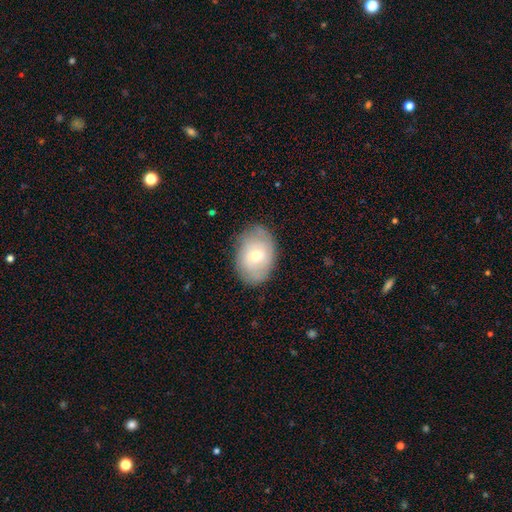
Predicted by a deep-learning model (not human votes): This appears to be a smooth galaxy with no disk features (57%) that is in between round and cigar-shaped (80%). Merging: none (78%).